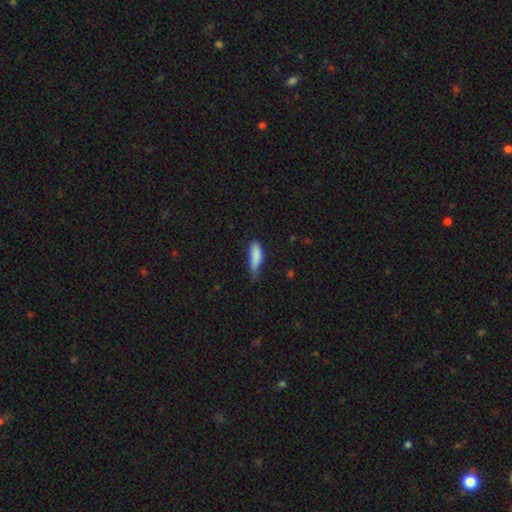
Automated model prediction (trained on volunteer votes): The model was most divided on "merging": minor disturbance: 45%, none: 41%, major disturbance: 11%, merger: 2%. More confident: smooth or featured — smooth (86%); how rounded — in between (54%).